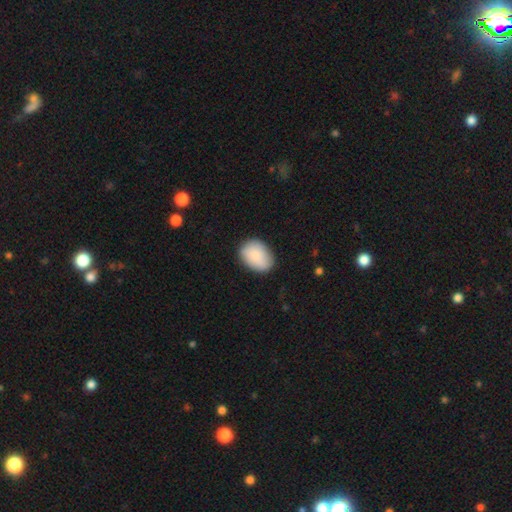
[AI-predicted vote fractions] Smooth or featured: smooth — 84% (featured or disk — 9%)
How rounded: in between — 76% (round — 23%)
Merging: none — 79% (minor disturbance — 16%)